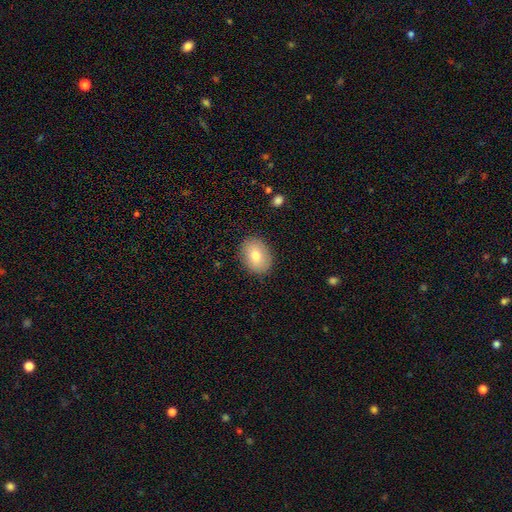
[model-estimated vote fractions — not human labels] Q: Smooth or featured?
A: smooth (77%); runner-up: featured or disk (16%)
Q: How rounded?
A: in between (68%); runner-up: round (31%)
Q: Merging?
A: none (87%); runner-up: minor disturbance (10%)